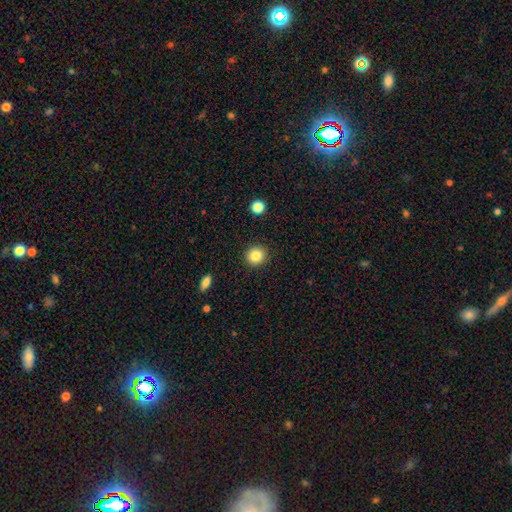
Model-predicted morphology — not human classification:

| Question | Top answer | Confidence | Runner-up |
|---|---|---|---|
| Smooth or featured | smooth | 84% | star or artifact (10%) |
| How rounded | round | 89% | in between (10%) |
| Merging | none | 92% | minor disturbance (5%) |